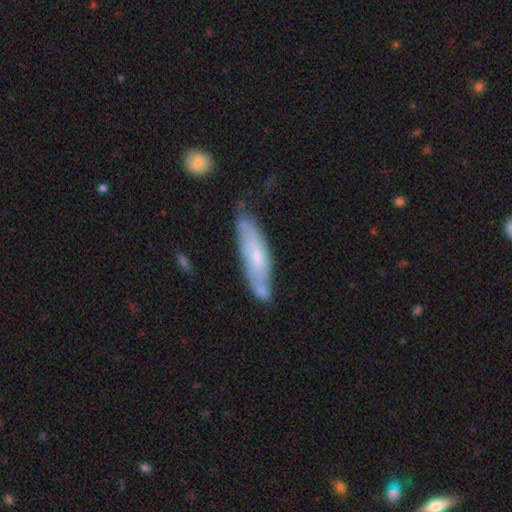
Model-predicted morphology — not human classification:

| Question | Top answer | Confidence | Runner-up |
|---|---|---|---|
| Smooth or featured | smooth | 50% | featured or disk (44%) |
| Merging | none | 55% | minor disturbance (26%) |